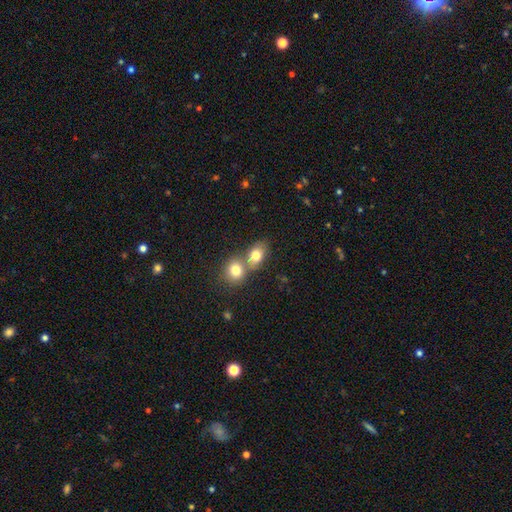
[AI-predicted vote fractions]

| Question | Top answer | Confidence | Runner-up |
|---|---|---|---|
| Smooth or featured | smooth | 77% | featured or disk (13%) |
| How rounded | in between | 64% | round (35%) |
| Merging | merger | 54% | none (35%) |